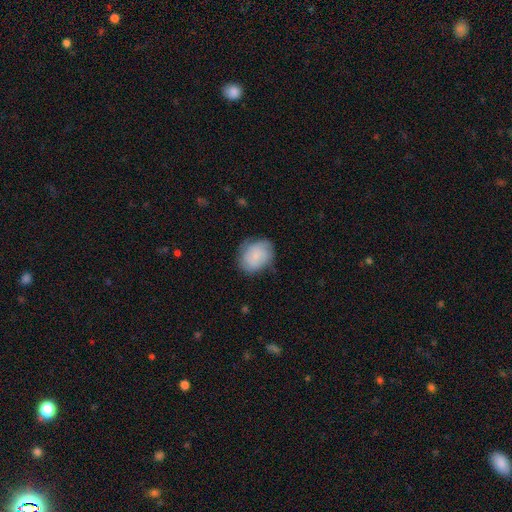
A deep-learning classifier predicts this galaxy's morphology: smooth-or-featured: smooth: 68% | featured or disk: 24% | star or artifact: 8%
  how-rounded: in between: 53% | round: 46% | cigar-shaped: 1%
  merging: none: 69% | minor disturbance: 23% | major disturbance: 7% | merger: 1%